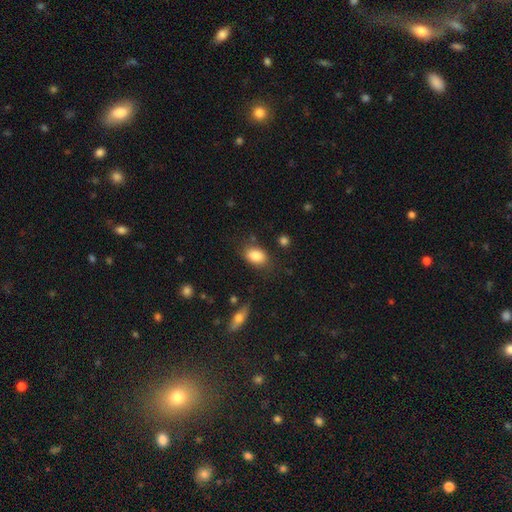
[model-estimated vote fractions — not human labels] This appears to be a smooth galaxy with no disk features (86%) that is in between round and cigar-shaped (84%). Merging: none (76%).